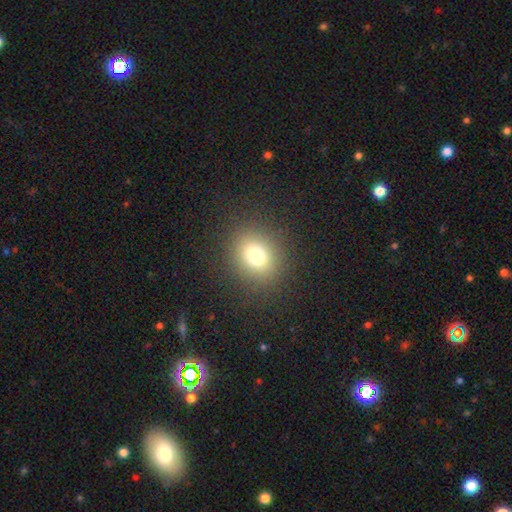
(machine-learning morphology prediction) type=smooth (73%); roundness=round (75%); merging=none (88%).